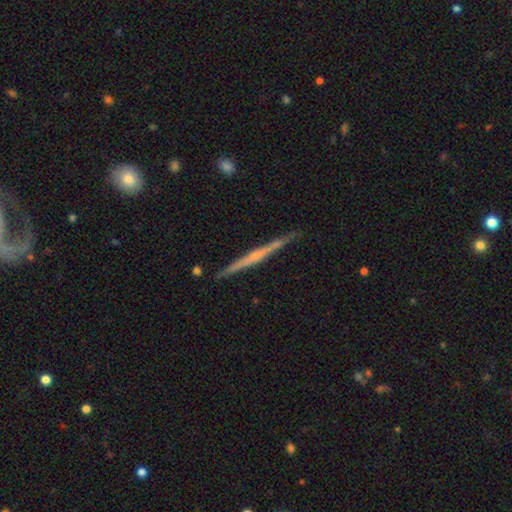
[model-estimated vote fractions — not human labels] Q: Smooth or featured?
A: featured or disk (77%); runner-up: smooth (17%)
Q: Edge-on disk?
A: yes (98%); runner-up: no (2%)
Q: Edge-on bulge?
A: rounded (63%); runner-up: none (30%)
Q: Merging?
A: none (88%); runner-up: minor disturbance (9%)